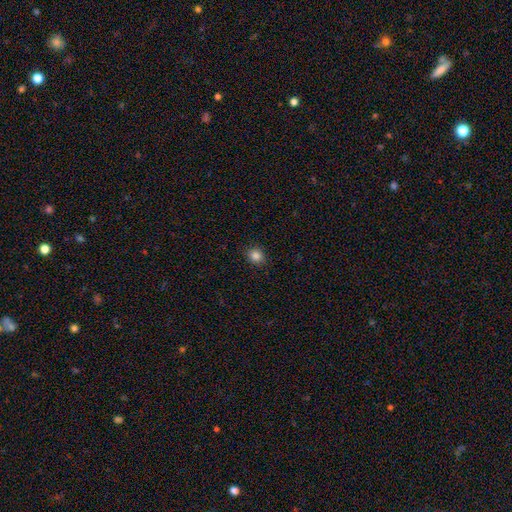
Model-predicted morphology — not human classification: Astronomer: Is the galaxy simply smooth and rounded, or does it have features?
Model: smooth — 84%.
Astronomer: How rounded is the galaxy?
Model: round — 82%.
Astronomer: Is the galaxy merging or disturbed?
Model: none — 90%.